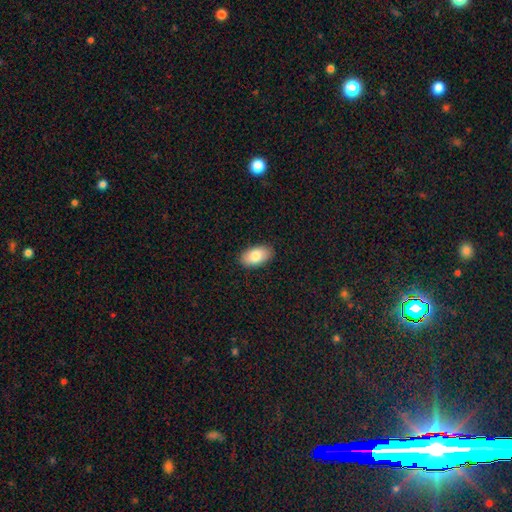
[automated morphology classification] The model was most divided on "smooth or featured": smooth: 83%, featured or disk: 10%, star or artifact: 6%. More confident: how rounded — in between (95%); merging — none (89%).